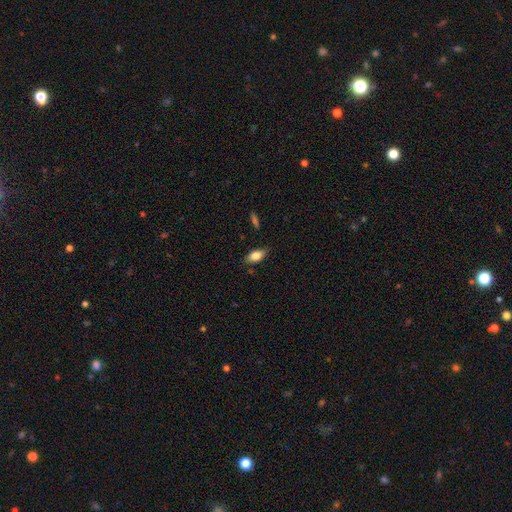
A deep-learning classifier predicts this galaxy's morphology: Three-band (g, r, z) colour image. It shows a smooth galaxy with no disk features (81%) that is in between round and cigar-shaped (89%). Merging: none (82%).